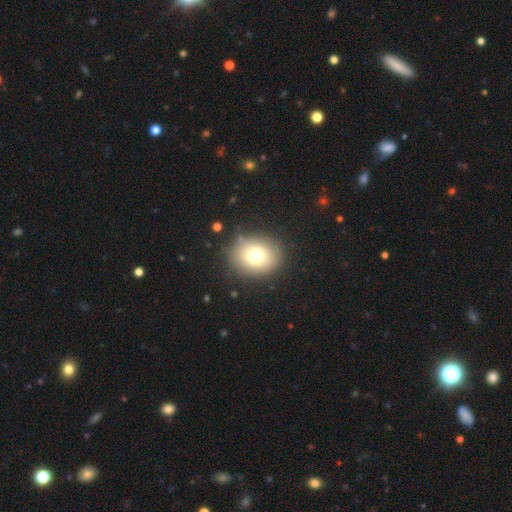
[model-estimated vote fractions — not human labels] The model was most divided on "how rounded": round: 69%, in between: 30%, cigar-shaped: 1%. More confident: merging — none (84%); smooth or featured — smooth (73%).